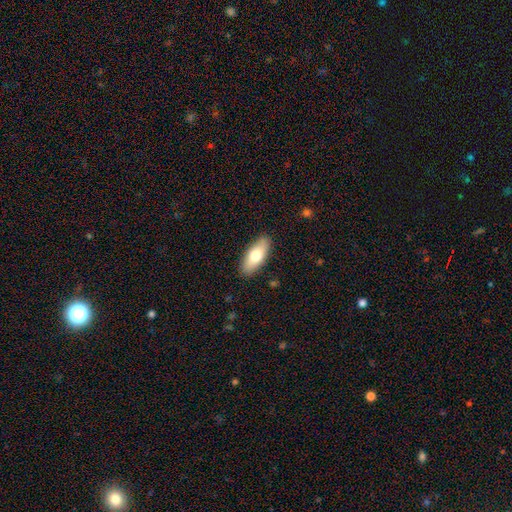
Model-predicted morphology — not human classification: A smooth galaxy with no disk features (70%) that is in between round and cigar-shaped (77%).

Vote fractions:
- Smooth or featured? smooth: 70% / featured or disk: 24% / star or artifact: 6%
- How rounded? in between: 77% / cigar-shaped: 21% / round: 3%
- Merging? none: 88% / minor disturbance: 9% / major disturbance: 2% / merger: 1%